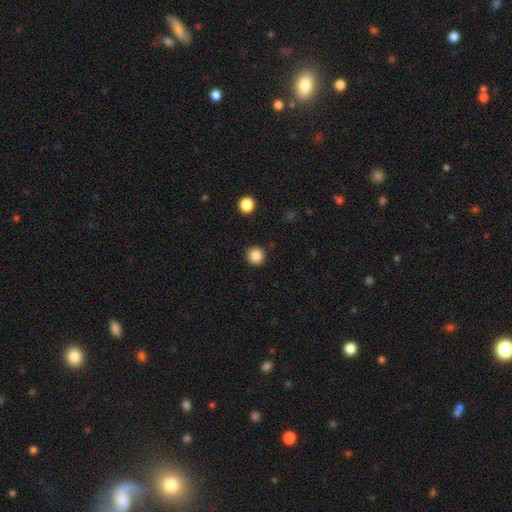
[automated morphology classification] A smooth galaxy with no disk features (85%) that is round (95%).

Vote fractions:
- Smooth or featured? smooth: 85% / star or artifact: 11% / featured or disk: 4%
- How rounded? round: 95% / in between: 4% / cigar-shaped: 1%
- Merging? none: 90% / minor disturbance: 6% / major disturbance: 2% / merger: 1%